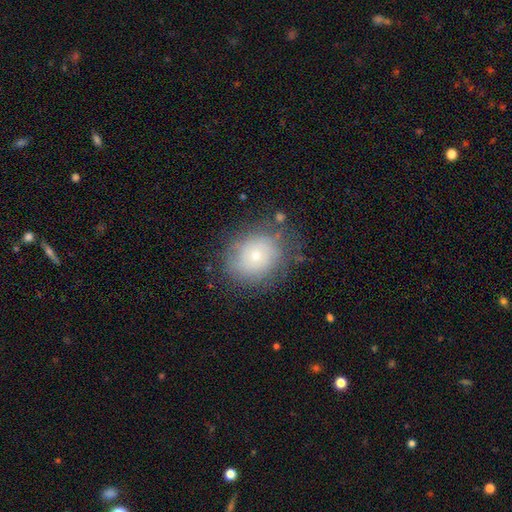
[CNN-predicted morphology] This is likely a smooth galaxy (61%). How rounded: likely round (64%). Merging: likely none (70%).